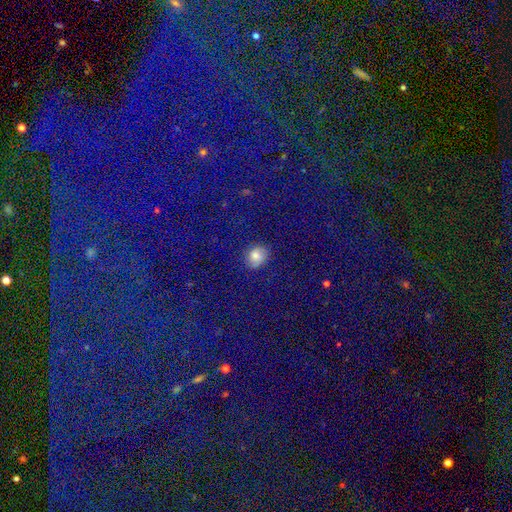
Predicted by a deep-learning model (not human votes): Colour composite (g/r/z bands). It shows a smooth galaxy with no disk features (70%) that is round (57%). Merging: none (85%).